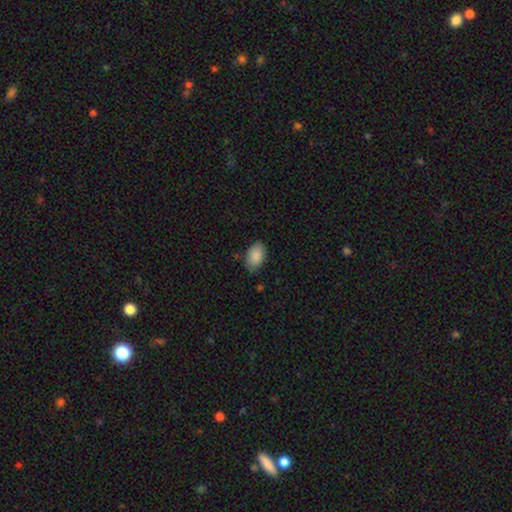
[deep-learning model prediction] smooth 89%, star or artifact 6%, featured or disk 5%. Down the decision tree: how rounded — in between (92%); merging — none (79%).